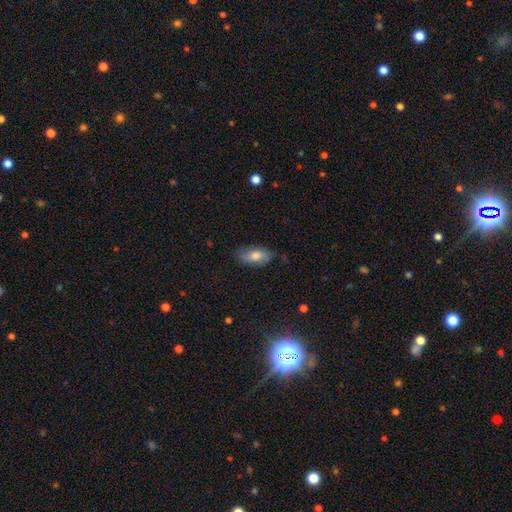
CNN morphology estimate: Smooth or featured? smooth (62%)
How rounded? in between (90%)
Merging? none (78%)